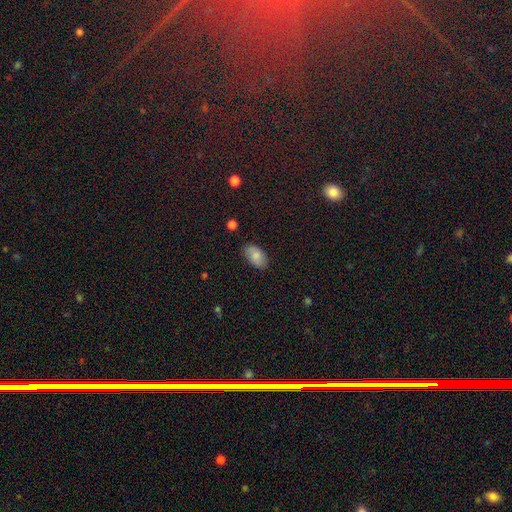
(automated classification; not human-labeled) smooth_or_featured: smooth (p=0.82) [alt: featured or disk p=0.11]
how_rounded: in between (p=0.94) [alt: round p=0.04]
merging: none (p=0.82) [alt: minor disturbance p=0.14]